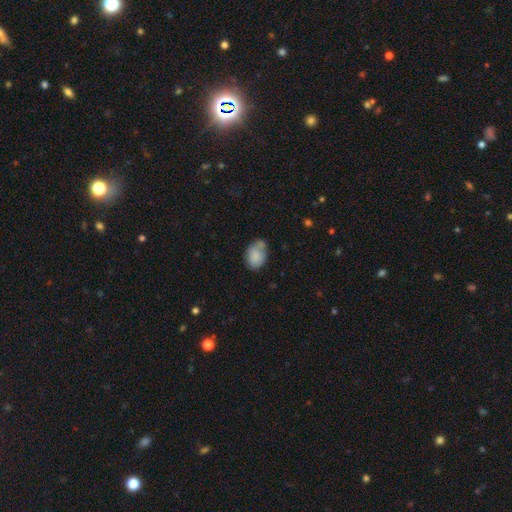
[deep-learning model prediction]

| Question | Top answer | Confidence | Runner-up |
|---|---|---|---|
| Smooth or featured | smooth | 83% | featured or disk (9%) |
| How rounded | in between | 75% | round (23%) |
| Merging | none | 48% | minor disturbance (29%) |